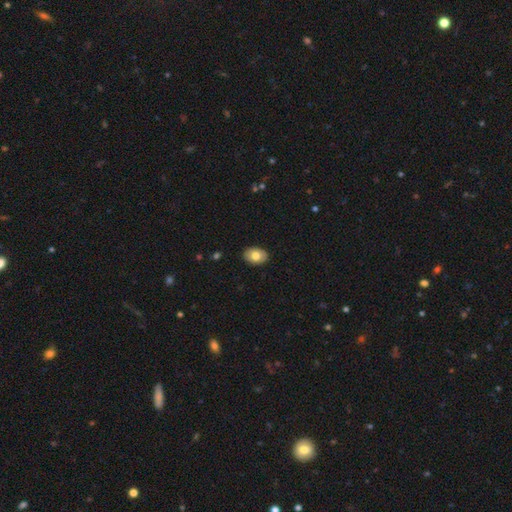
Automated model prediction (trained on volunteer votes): A smooth galaxy with no disk features (76%) that is in between round and cigar-shaped (84%). Merging: none (89%).